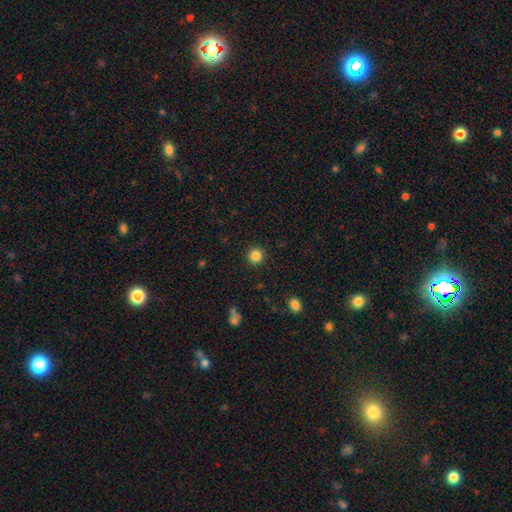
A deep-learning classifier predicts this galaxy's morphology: A smooth galaxy with no disk features (85%) that is round (94%). Merging: none (92%).